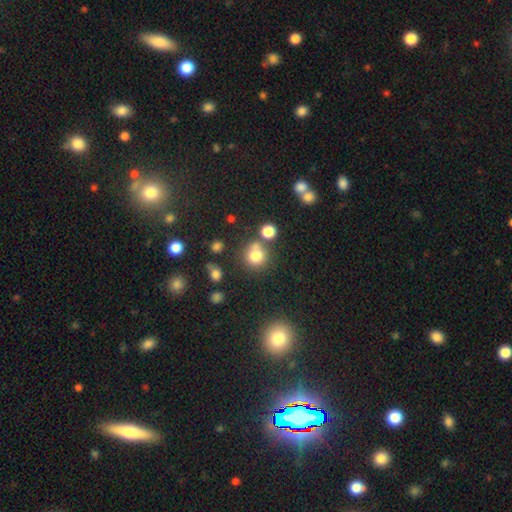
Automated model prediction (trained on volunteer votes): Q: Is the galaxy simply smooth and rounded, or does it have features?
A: smooth — 76%.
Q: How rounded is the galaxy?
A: round — 86%.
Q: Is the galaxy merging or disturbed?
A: none — 62%.